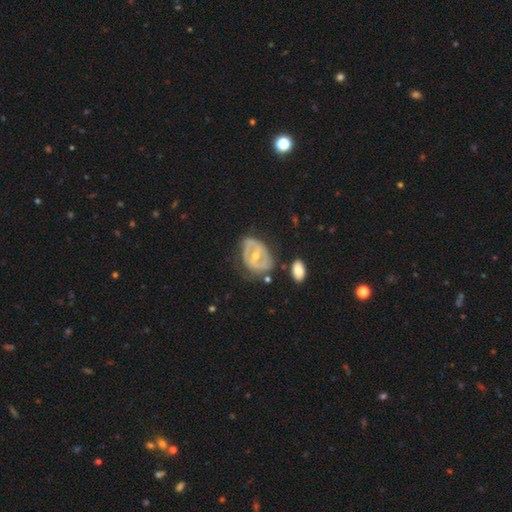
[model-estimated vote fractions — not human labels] This appears to be a featured or disk galaxy (75%) with a weak bar (39%), spiral arms (62%) and a moderate central bulge (49%). Merging: none (49%).